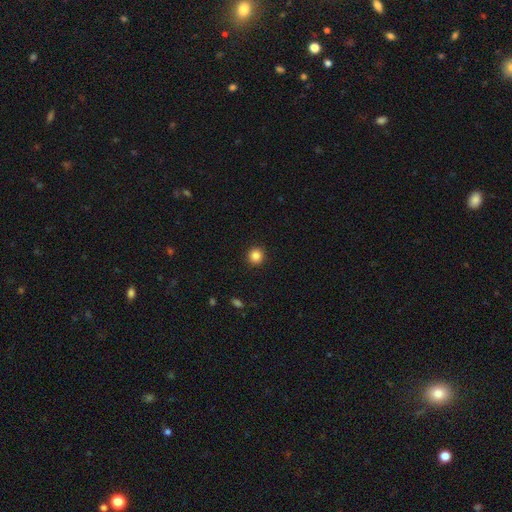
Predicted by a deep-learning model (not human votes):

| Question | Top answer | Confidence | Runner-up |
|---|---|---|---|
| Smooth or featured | smooth | 85% | star or artifact (11%) |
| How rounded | round | 95% | in between (4%) |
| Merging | none | 93% | minor disturbance (4%) |